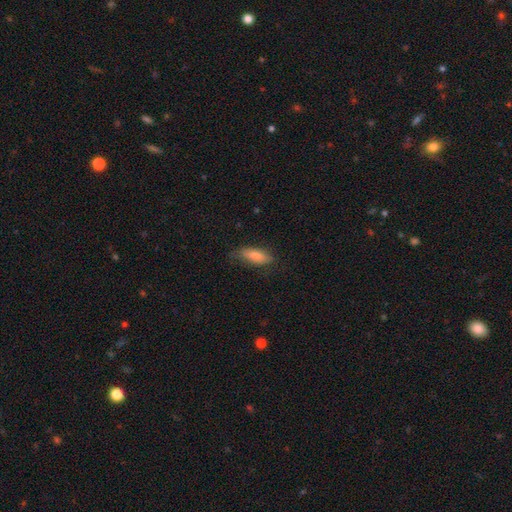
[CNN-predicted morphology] Q: Smooth or featured?
A: smooth (82%); runner-up: featured or disk (12%)
Q: How rounded?
A: in between (67%); runner-up: cigar-shaped (31%)
Q: Merging?
A: none (71%); runner-up: minor disturbance (22%)